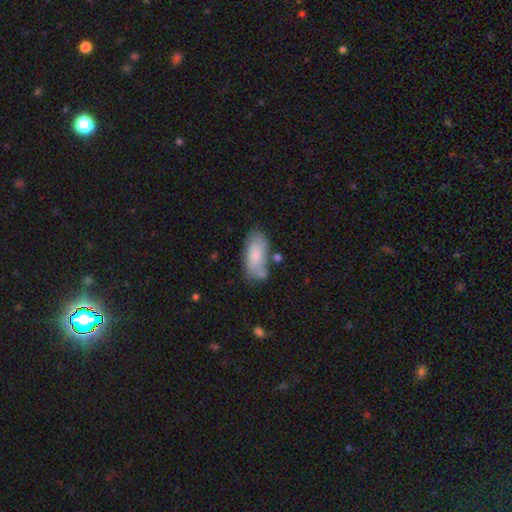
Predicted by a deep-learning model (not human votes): Smooth or featured? smooth (73%)
How rounded? in between (90%)
Merging? none (59%)